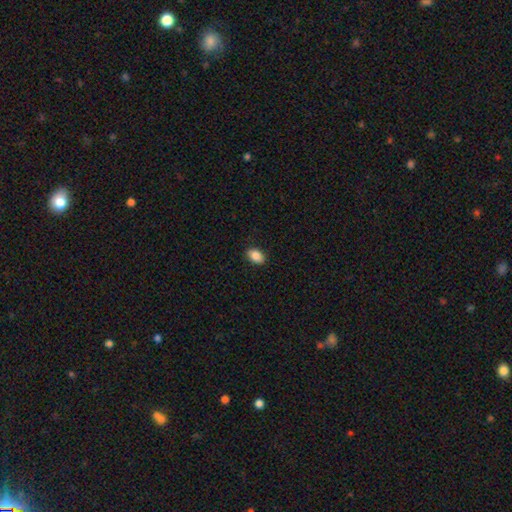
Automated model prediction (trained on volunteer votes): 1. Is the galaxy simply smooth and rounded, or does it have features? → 88% smooth, 8% star or artifact, 4% featured or disk.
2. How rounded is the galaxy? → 84% in between, 14% round, 1% cigar-shaped.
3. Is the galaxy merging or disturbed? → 88% none, 9% minor disturbance, 2% major disturbance, 1% merger.